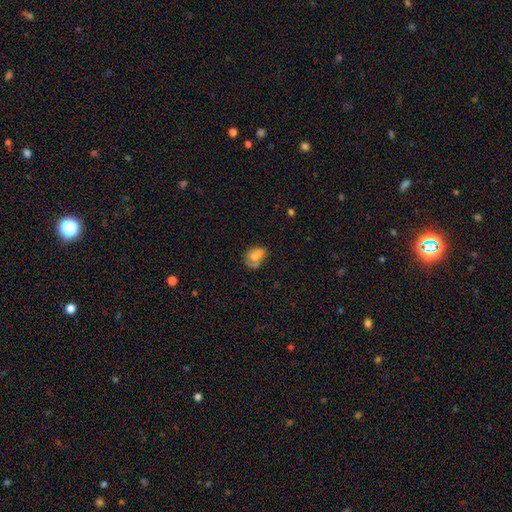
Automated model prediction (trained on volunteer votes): Smooth or featured?
  - smooth: 68% *
  - featured or disk: 22%
  - star or artifact: 10%
How rounded?
  - in between: 58% *
  - round: 41%
  - cigar-shaped: 1%
Merging?
  - none: 37% * (tied)
  - merger: 37% * (tied)
  - minor disturbance: 18%
  - major disturbance: 8%